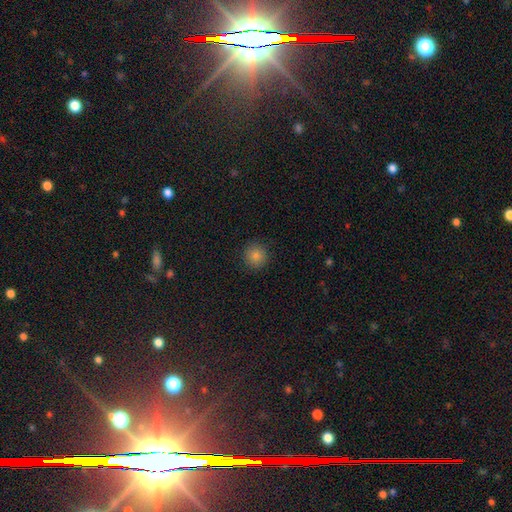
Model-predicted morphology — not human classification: smooth 84%, star or artifact 11%, featured or disk 5%. Down the decision tree: how rounded — round (93%); merging — none (91%).